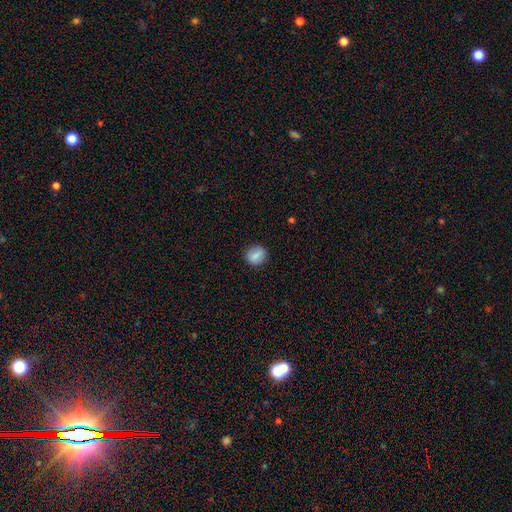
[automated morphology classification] Smooth or featured: smooth — 82% (featured or disk — 10%)
How rounded: round — 82% (in between — 17%)
Merging: none — 88% (minor disturbance — 9%)